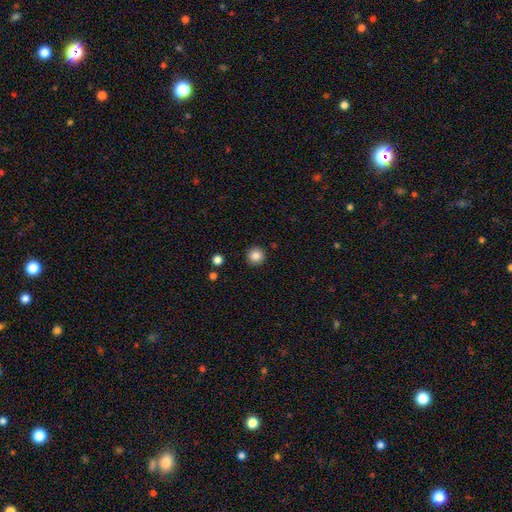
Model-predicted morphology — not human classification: This appears to be a smooth galaxy with no disk features (86%) that is round (95%). Merging: none (92%).